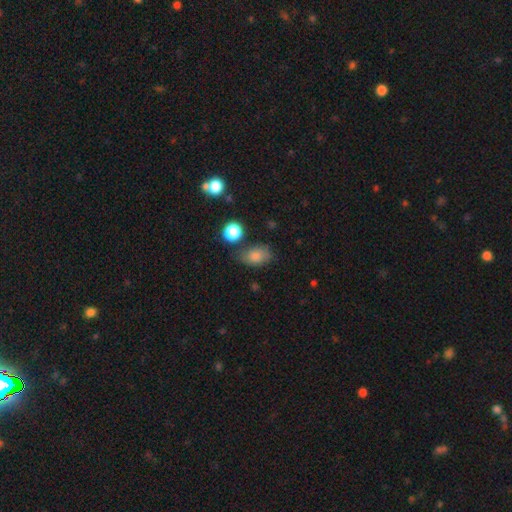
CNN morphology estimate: Smooth or featured? smooth (80%)
How rounded? in between (82%)
Merging? none (63%)